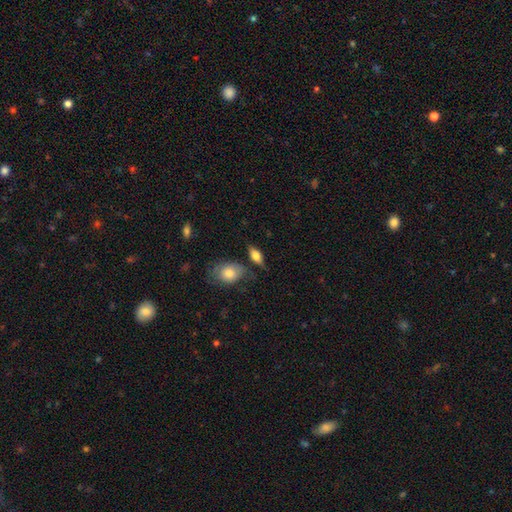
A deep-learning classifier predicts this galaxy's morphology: Smooth or featured?
  - smooth: 68% *
  - featured or disk: 24%
  - star or artifact: 7%
How rounded?
  - in between: 79% *
  - cigar-shaped: 14%
  - round: 7%
Merging?
  - none: 65% *
  - minor disturbance: 19%
  - merger: 9%
  - major disturbance: 6%